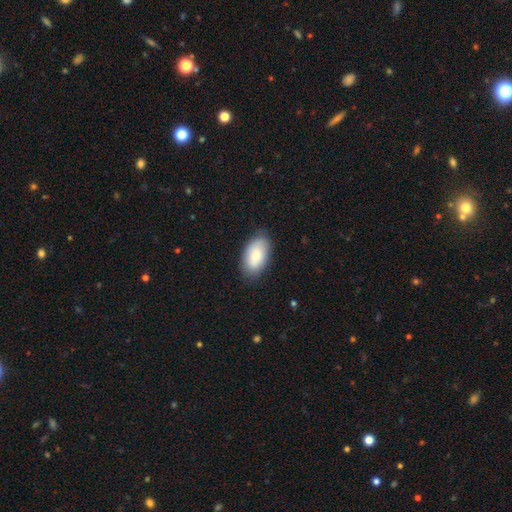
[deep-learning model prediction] A smooth galaxy with no disk features (79%) that is in between round and cigar-shaped (94%).

Vote fractions:
- Smooth or featured? smooth: 79% / featured or disk: 15% / star or artifact: 6%
- How rounded? in between: 94% / round: 4% / cigar-shaped: 2%
- Merging? none: 81% / minor disturbance: 15% / major disturbance: 3% / merger: 1%